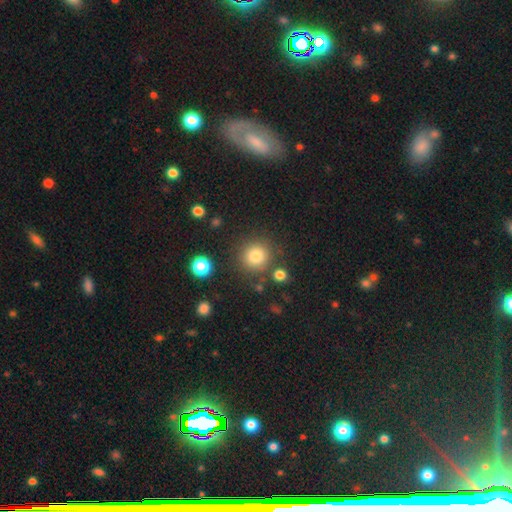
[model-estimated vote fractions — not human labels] Smooth or featured?
  - smooth: 81% *
  - star or artifact: 12%
  - featured or disk: 7%
How rounded?
  - round: 93% *
  - in between: 6%
  - cigar-shaped: 1%
Merging?
  - none: 83% *
  - minor disturbance: 8%
  - merger: 5%
  - major disturbance: 4%